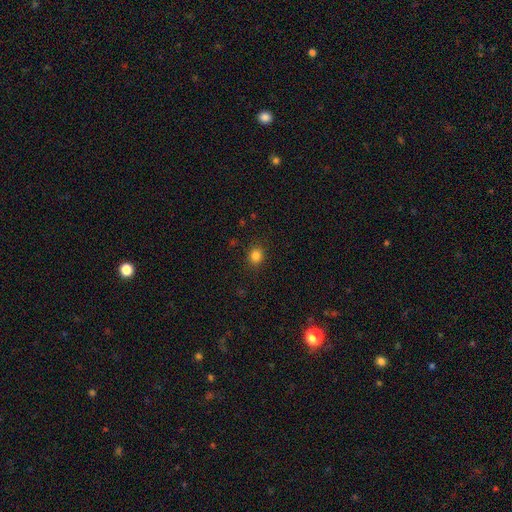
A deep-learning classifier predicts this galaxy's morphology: A smooth galaxy with no disk features (83%) that is round (74%).

Vote fractions:
- Smooth or featured? smooth: 83% / star or artifact: 12% / featured or disk: 4%
- How rounded? round: 74% / in between: 25% / cigar-shaped: 1%
- Merging? none: 88% / minor disturbance: 8% / major disturbance: 3% / merger: 1%